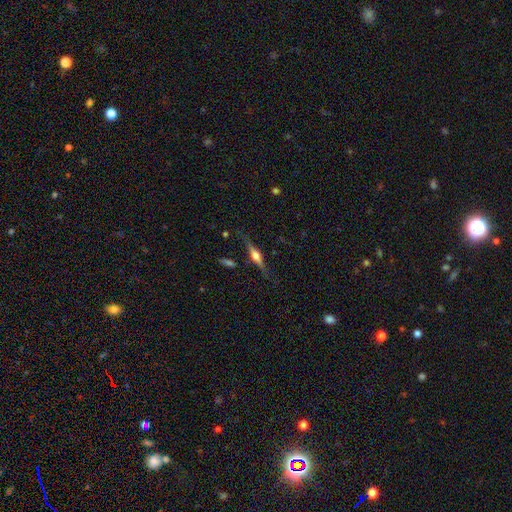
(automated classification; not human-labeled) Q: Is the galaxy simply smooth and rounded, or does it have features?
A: featured or disk — 76%.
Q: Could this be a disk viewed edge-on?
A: yes — 97%.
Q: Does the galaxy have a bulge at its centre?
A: rounded — 93%.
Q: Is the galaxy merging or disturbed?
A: none — 83%.